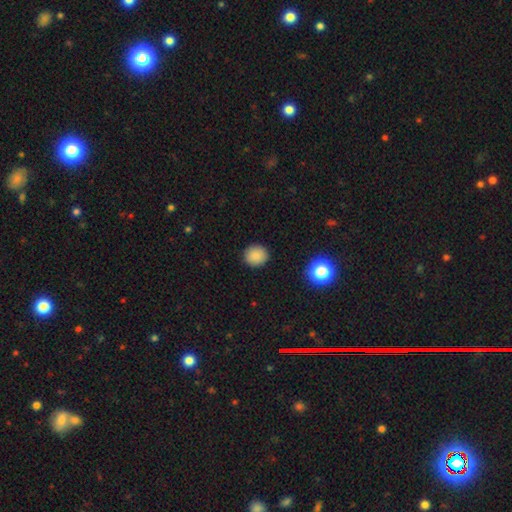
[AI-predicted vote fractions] Smooth or featured: smooth — 86% (star or artifact — 11%)
How rounded: round — 85% (in between — 14%)
Merging: none — 90% (minor disturbance — 7%)